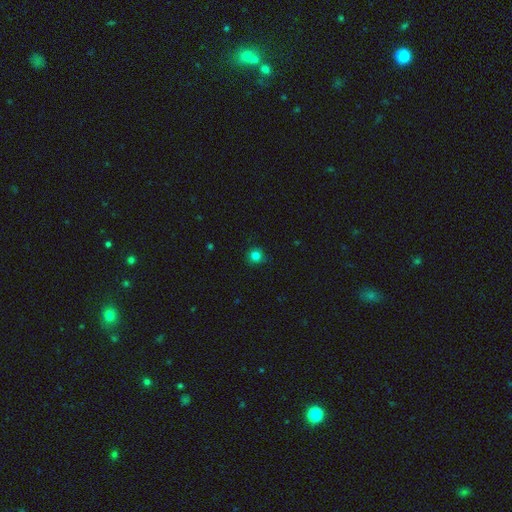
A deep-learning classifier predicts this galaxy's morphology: Smooth or featured?
  - smooth: 81% *
  - star or artifact: 14%
  - featured or disk: 5%
How rounded?
  - round: 93% *
  - in between: 6%
  - cigar-shaped: 1%
Merging?
  - none: 86% *
  - minor disturbance: 10%
  - major disturbance: 2%
  - merger: 1%